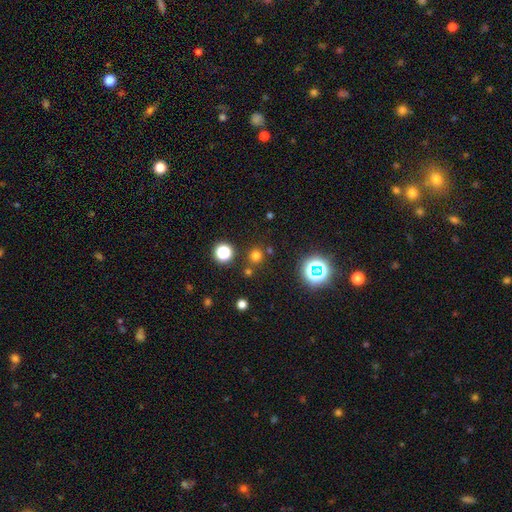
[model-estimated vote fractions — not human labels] Q: Smooth or featured?
A: smooth (67%); runner-up: star or artifact (27%)
Q: How rounded?
A: round (93%); runner-up: in between (6%)
Q: Merging?
A: none (81%); runner-up: merger (9%)